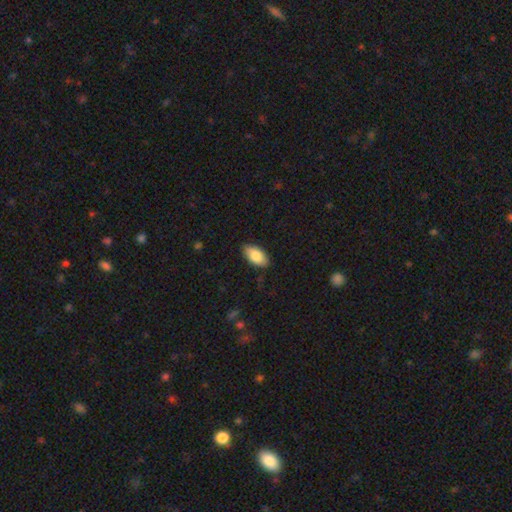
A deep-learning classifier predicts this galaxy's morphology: smooth_or_featured: smooth (p=0.85) [alt: featured or disk p=0.09]
how_rounded: in between (p=0.94) [alt: cigar-shaped p=0.03]
merging: none (p=0.86) [alt: minor disturbance p=0.11]